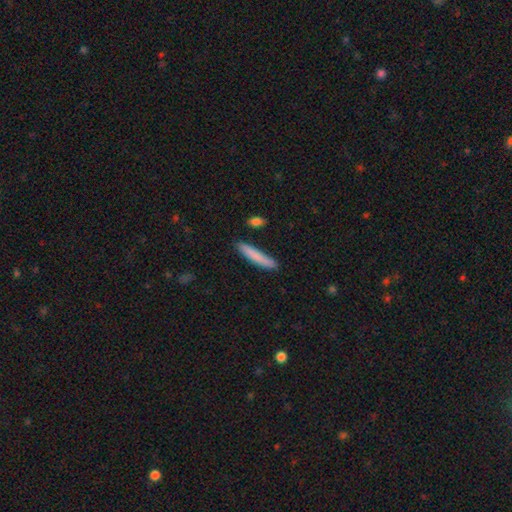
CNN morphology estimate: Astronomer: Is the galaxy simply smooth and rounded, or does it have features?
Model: smooth — 82%.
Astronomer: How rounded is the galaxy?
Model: cigar-shaped — 93%.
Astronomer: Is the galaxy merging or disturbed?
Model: none — 84%.